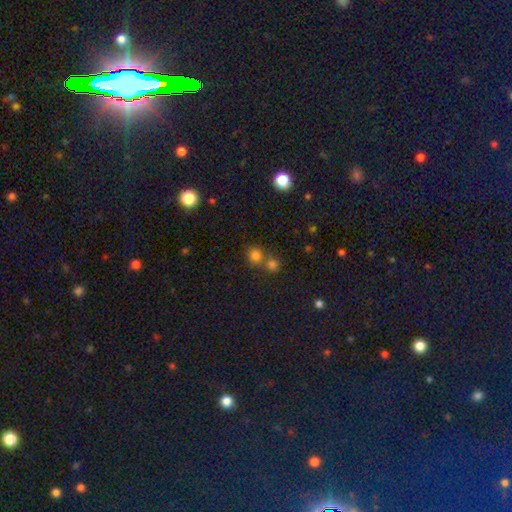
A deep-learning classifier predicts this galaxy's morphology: Smooth or featured? Predicted: smooth (p=0.78). How rounded? Predicted: round (p=0.87). Merging? Predicted: none (p=0.57).